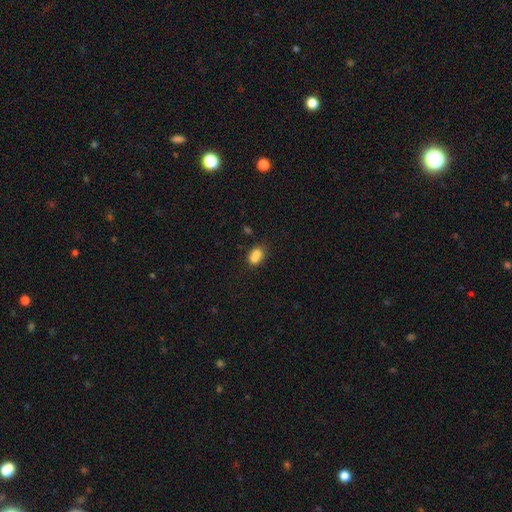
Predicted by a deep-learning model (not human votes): Smooth or featured?
  - smooth: 72% *
  - featured or disk: 17%
  - star or artifact: 11%
How rounded?
  - in between: 52% *
  - round: 47%
  - cigar-shaped: 1%
Merging?
  - merger: 55% *
  - none: 30%
  - minor disturbance: 10%
  - major disturbance: 4%